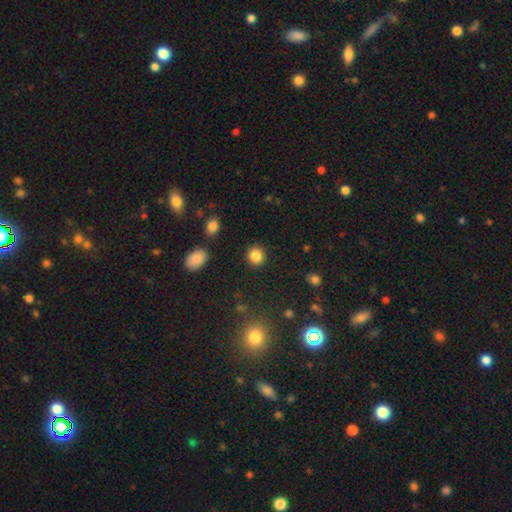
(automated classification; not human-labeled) A smooth galaxy with no disk features (85%) that is round (88%). Merging: none (90%).